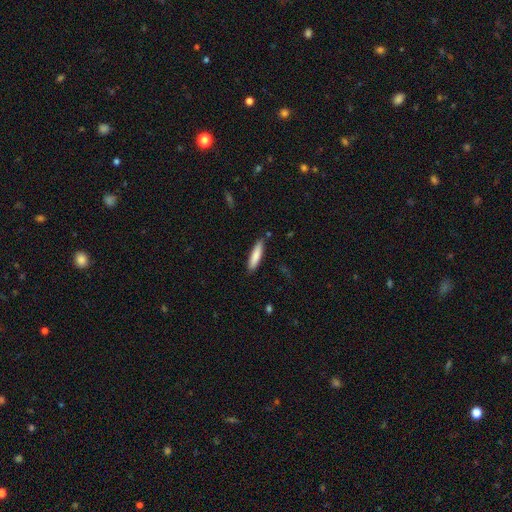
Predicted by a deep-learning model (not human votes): smooth-or-featured: smooth: 82% | featured or disk: 12% | star or artifact: 6%
  how-rounded: cigar-shaped: 79% | in between: 20% | round: 1%
  merging: none: 85% | minor disturbance: 11% | major disturbance: 2% | merger: 2%